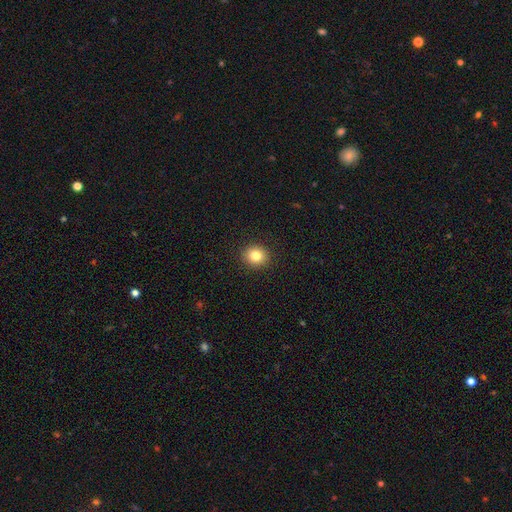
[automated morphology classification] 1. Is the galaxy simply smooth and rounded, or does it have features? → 82% smooth, 11% star or artifact, 7% featured or disk.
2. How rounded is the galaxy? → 81% round, 18% in between, 1% cigar-shaped.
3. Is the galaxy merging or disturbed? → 92% none, 6% minor disturbance, 2% major disturbance, 1% merger.